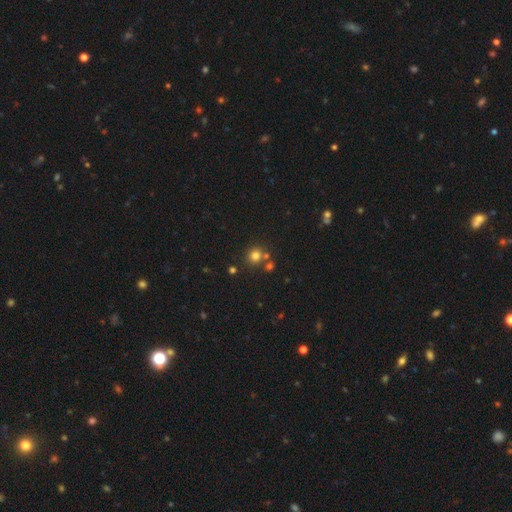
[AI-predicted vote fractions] smooth-or-featured: smooth: 76% | star or artifact: 17% | featured or disk: 7%
  how-rounded: round: 87% | in between: 12% | cigar-shaped: 1%
  merging: none: 69% | merger: 20% | minor disturbance: 8% | major disturbance: 3%